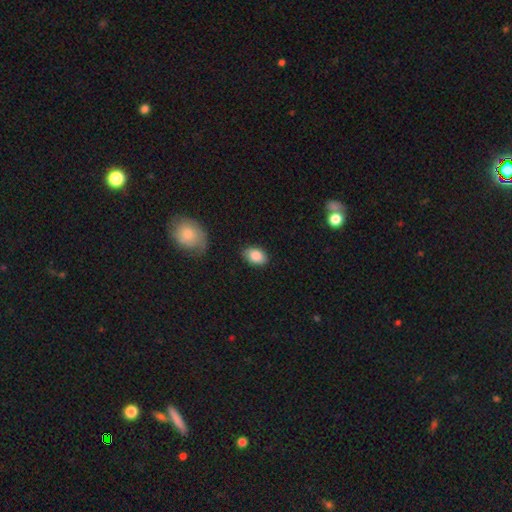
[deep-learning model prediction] A smooth galaxy with no disk features (86%) that is in between round and cigar-shaped (86%).

Vote fractions:
- Smooth or featured? smooth: 86% / star or artifact: 7% / featured or disk: 7%
- How rounded? in between: 86% / round: 13% / cigar-shaped: 1%
- Merging? none: 83% / minor disturbance: 13% / major disturbance: 2% / merger: 2%